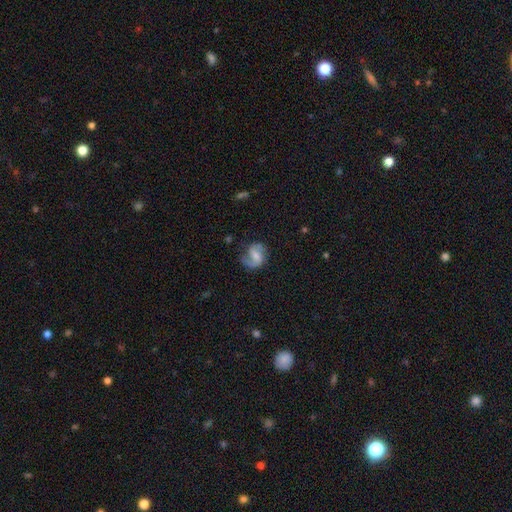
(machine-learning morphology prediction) Q: Smooth or featured?
A: featured or disk (77%); runner-up: smooth (17%)
Q: Edge-on disk?
A: no (98%); runner-up: yes (2%)
Q: Bar?
A: weak (51%); runner-up: no (31%)
Q: Spiral arms?
A: yes (94%); runner-up: no (6%)
Q: Spiral winding?
A: medium (48%); runner-up: loose (34%)
Q: Spiral arm count?
A: 2 (73%); runner-up: 1 (20%)
Q: Bulge size?
A: small (41%); runner-up: moderate (38%)
Q: Merging?
A: none (66%); runner-up: minor disturbance (20%)